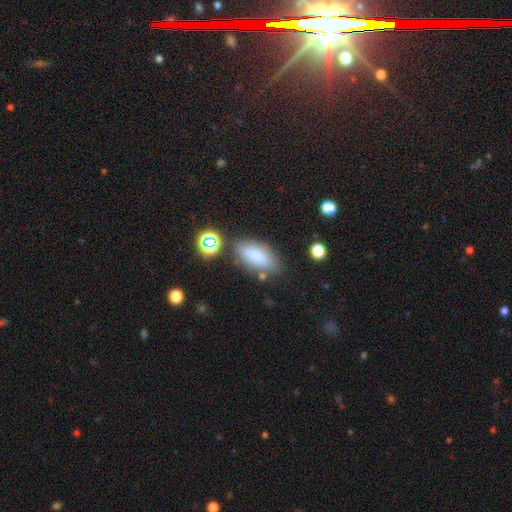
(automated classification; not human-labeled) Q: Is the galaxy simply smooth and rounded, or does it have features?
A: smooth — 80%.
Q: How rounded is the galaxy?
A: in between — 84%.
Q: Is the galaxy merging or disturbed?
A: none — 70%.